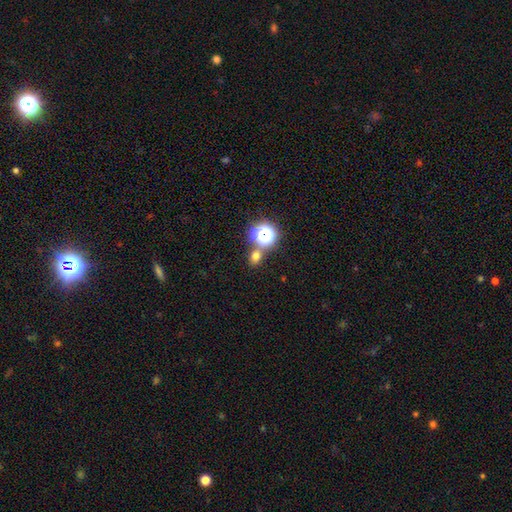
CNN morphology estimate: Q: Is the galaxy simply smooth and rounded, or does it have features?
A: smooth — 65%.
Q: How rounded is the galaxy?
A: round — 69%.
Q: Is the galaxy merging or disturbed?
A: none — 71%.